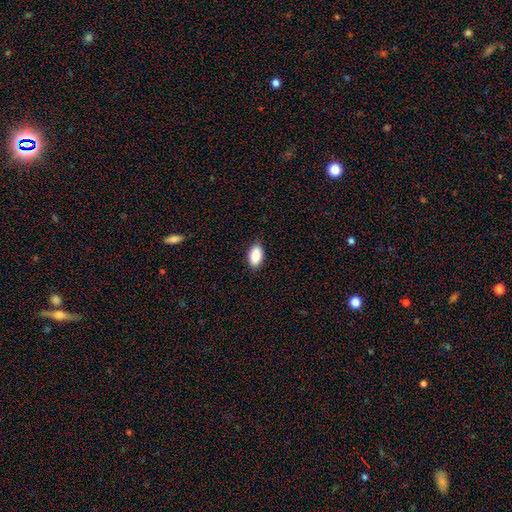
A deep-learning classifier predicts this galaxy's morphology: Smooth or featured?
  - smooth: 89% *
  - star or artifact: 7%
  - featured or disk: 5%
How rounded?
  - in between: 93% *
  - round: 5%
  - cigar-shaped: 2%
Merging?
  - none: 85% *
  - minor disturbance: 12%
  - major disturbance: 2%
  - merger: 1%